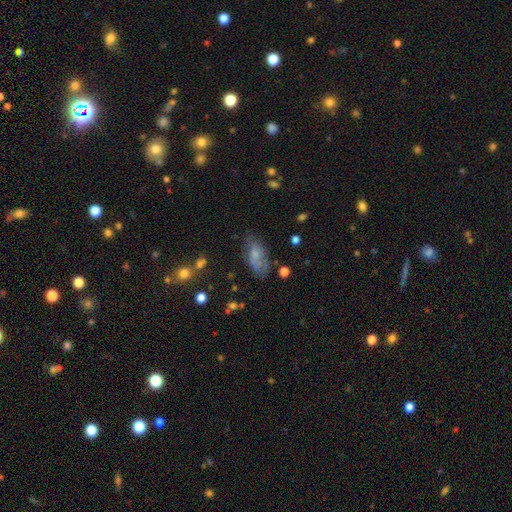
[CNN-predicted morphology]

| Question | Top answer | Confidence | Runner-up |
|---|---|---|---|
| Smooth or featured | smooth | 58% | featured or disk (31%) |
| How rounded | in between | 87% | cigar-shaped (9%) |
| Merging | none | 53% | minor disturbance (29%) |